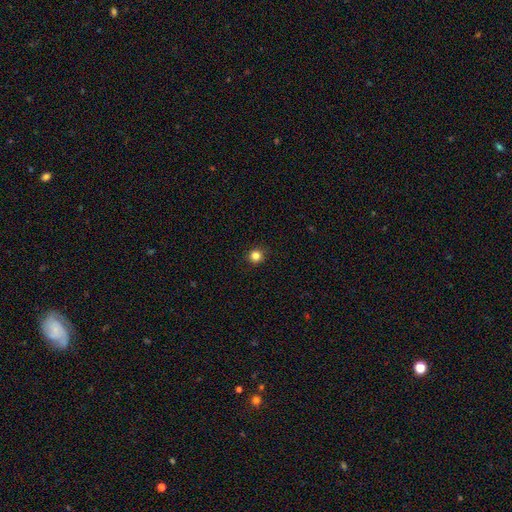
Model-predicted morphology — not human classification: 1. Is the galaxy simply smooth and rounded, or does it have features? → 83% smooth, 13% star or artifact, 4% featured or disk.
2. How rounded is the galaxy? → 94% round, 5% in between, 1% cigar-shaped.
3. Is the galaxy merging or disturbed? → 93% none, 5% minor disturbance, 2% major disturbance, 1% merger.